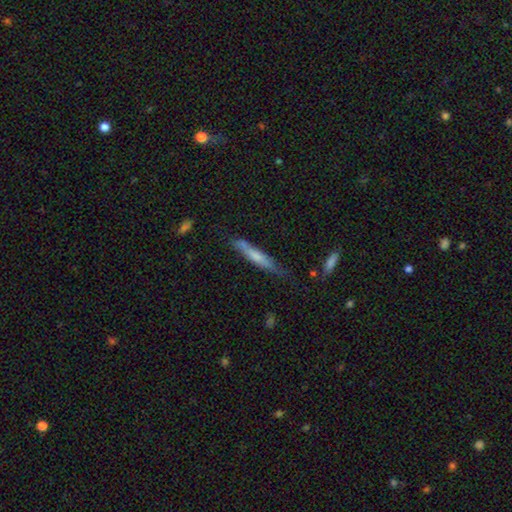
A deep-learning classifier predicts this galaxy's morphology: type=smooth (57%); roundness=cigar-shaped (91%); merging=none (65%).